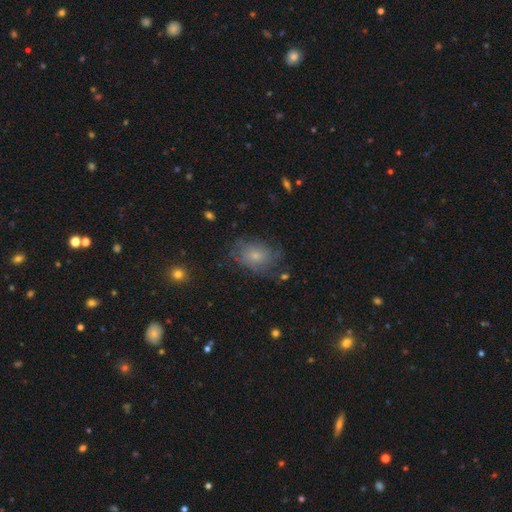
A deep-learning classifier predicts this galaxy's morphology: smooth_or_featured: smooth (p=0.52) [alt: featured or disk p=0.37]
how_rounded: in between (p=0.74) [alt: round p=0.24]
merging: none (p=0.60) [alt: minor disturbance p=0.25]